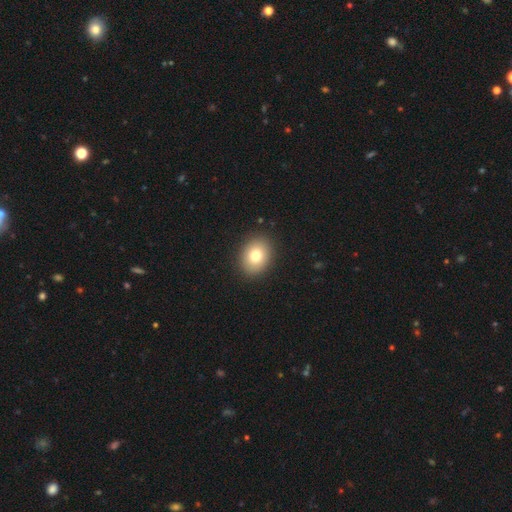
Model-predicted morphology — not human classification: A smooth galaxy with no disk features (79%) that is in between round and cigar-shaped (54%). Merging: none (90%).